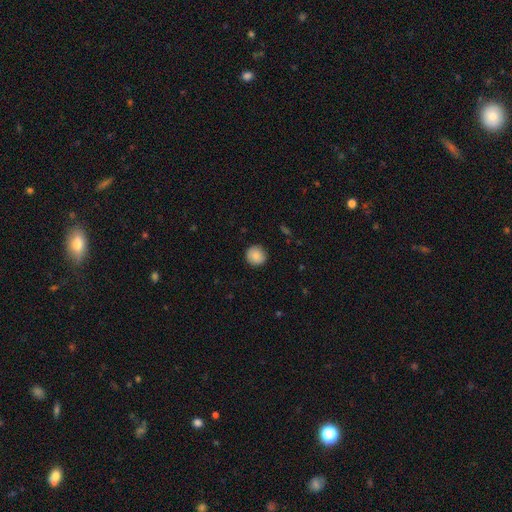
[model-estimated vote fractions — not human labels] Q: Smooth or featured?
A: smooth (84%); runner-up: featured or disk (8%)
Q: How rounded?
A: round (94%); runner-up: in between (5%)
Q: Merging?
A: none (90%); runner-up: minor disturbance (7%)